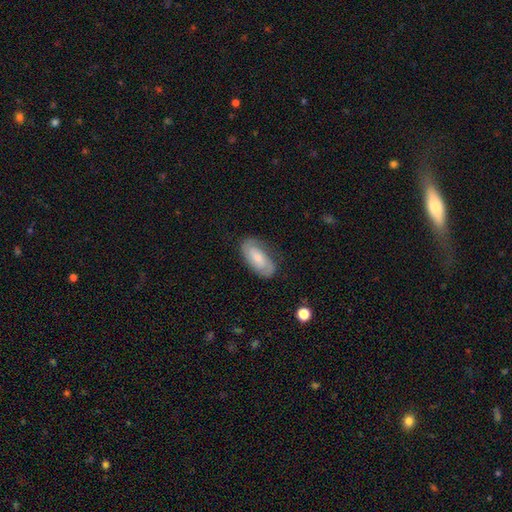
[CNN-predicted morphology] smooth_or_featured: featured or disk (p=0.57) [alt: smooth p=0.35]
disk_edge_on: no (p=0.93) [alt: yes p=0.07]
bar: no (p=0.55) [alt: weak p=0.34]
has_spiral_arms: yes (p=0.87) [alt: no p=0.13]
bulge_size: small (p=0.54) [alt: moderate p=0.36]
merging: none (p=0.78) [alt: minor disturbance p=0.16]